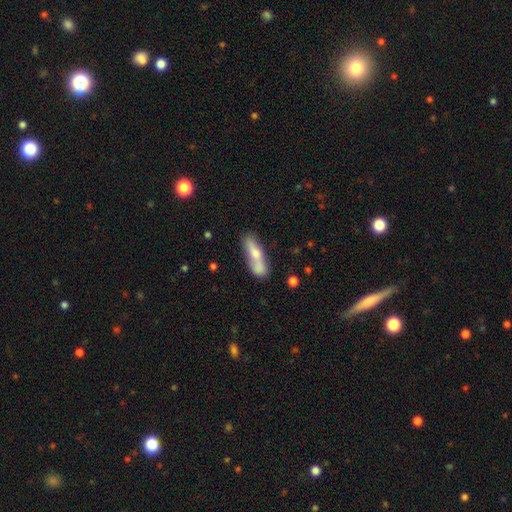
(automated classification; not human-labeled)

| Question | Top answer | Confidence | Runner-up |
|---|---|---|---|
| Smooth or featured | smooth | 61% | featured or disk (32%) |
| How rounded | cigar-shaped | 62% | in between (35%) |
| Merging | none | 46% | merger (30%) |